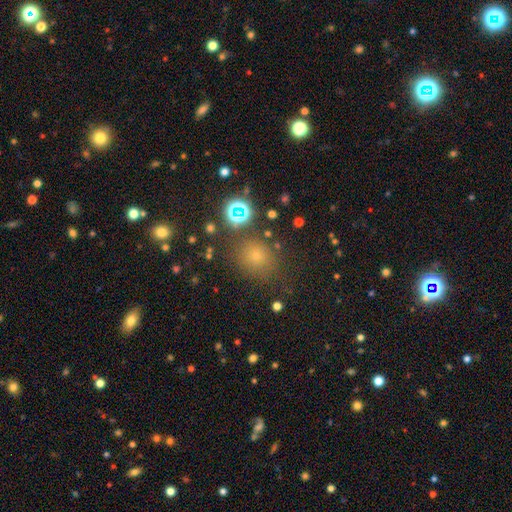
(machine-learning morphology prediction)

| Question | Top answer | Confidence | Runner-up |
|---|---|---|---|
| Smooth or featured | smooth | 64% | star or artifact (28%) |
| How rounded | round | 78% | in between (20%) |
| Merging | none | 78% | minor disturbance (12%) |